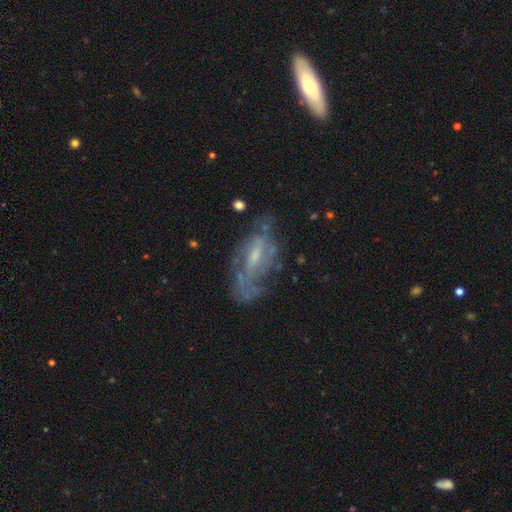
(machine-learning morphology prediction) Q: Smooth or featured?
A: featured or disk (75%); runner-up: smooth (17%)
Q: Edge-on disk?
A: no (91%); runner-up: yes (9%)
Q: Bar?
A: weak (48%); runner-up: no (39%)
Q: Spiral arms?
A: yes (77%); runner-up: no (23%)
Q: Spiral winding?
A: medium (41%); runner-up: tight (37%)
Q: Spiral arm count?
A: can't tell (43%); runner-up: 2 (32%)
Q: Bulge size?
A: small (47%); runner-up: moderate (39%)
Q: Merging?
A: none (56%); runner-up: minor disturbance (23%)